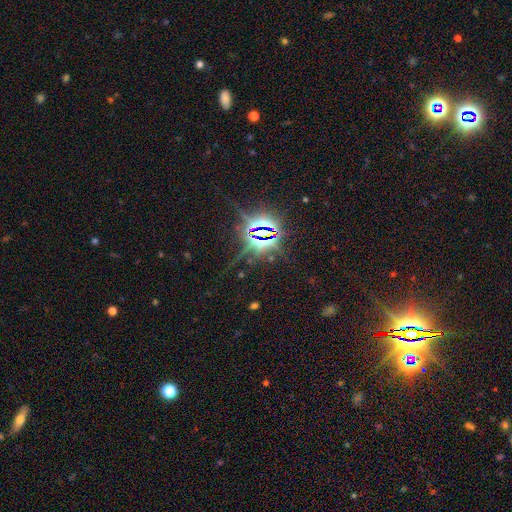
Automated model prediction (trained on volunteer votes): star or artifact 86%, smooth 7%, featured or disk 7%.